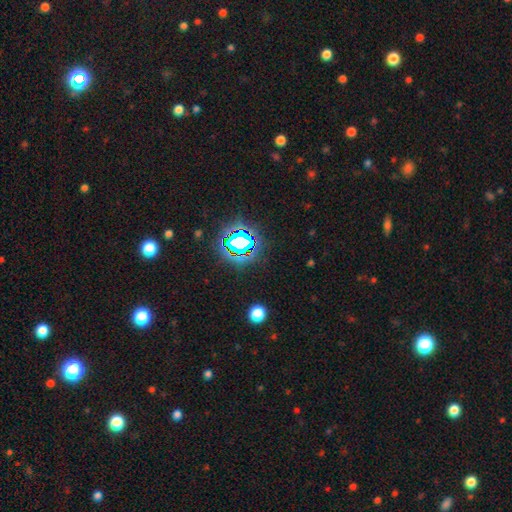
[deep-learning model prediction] star or artifact 82%, smooth 11%, featured or disk 7%.